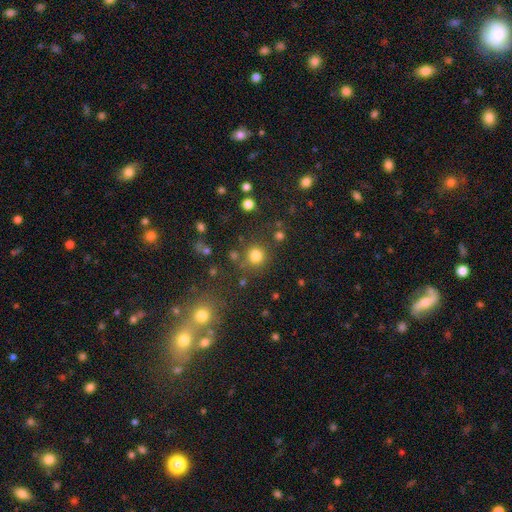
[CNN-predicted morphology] Q: Smooth or featured?
A: smooth (79%); runner-up: star or artifact (16%)
Q: How rounded?
A: round (92%); runner-up: in between (8%)
Q: Merging?
A: none (79%); runner-up: minor disturbance (9%)